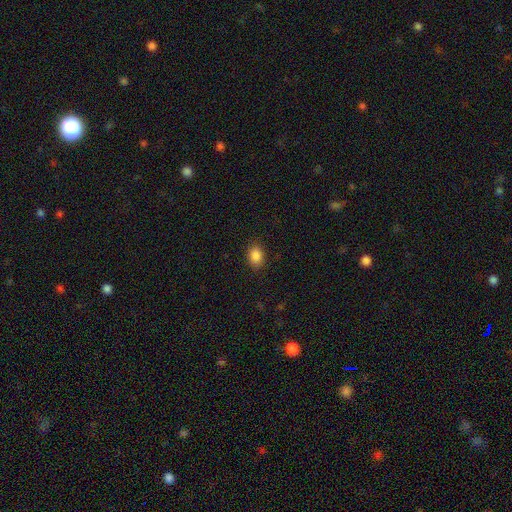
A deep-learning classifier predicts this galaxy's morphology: type=smooth (86%); roundness=in between (69%); merging=none (87%).